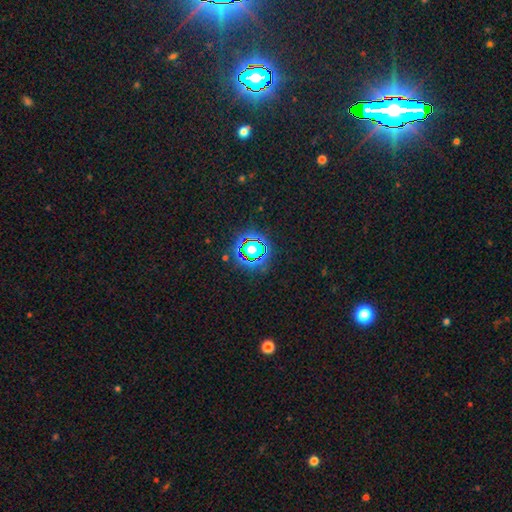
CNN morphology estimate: star or artifact 81%, smooth 11%, featured or disk 8%.